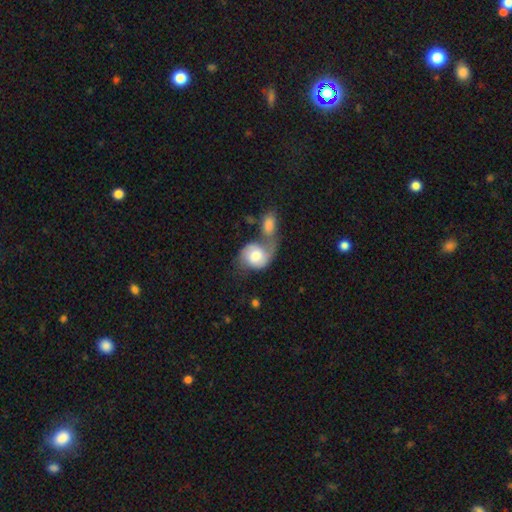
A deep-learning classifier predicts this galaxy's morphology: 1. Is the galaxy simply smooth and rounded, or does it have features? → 51% smooth, 42% featured or disk, 6% star or artifact.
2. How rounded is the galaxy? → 53% round, 46% in between, 1% cigar-shaped.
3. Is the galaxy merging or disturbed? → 61% merger, 16% none, 13% major disturbance, 10% minor disturbance.